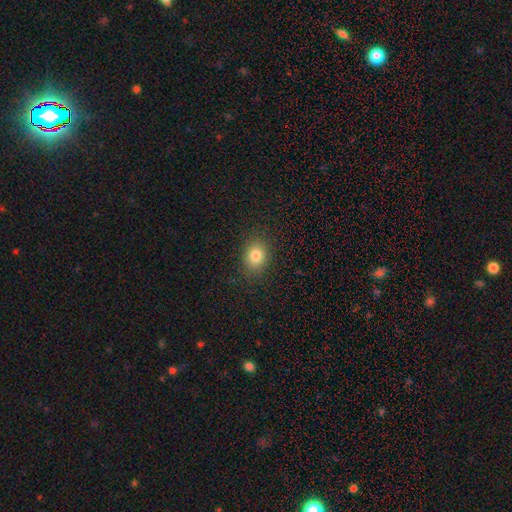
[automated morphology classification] Smooth or featured? smooth (82%)
How rounded? round (52%)
Merging? none (87%)